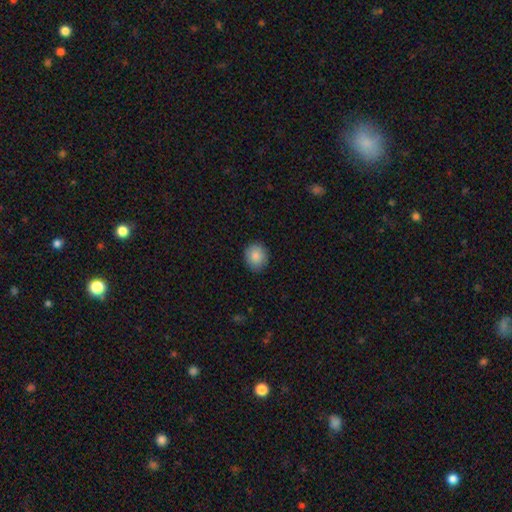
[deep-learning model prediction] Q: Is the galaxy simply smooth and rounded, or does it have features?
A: smooth — 87%.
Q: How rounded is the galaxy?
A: round — 72%.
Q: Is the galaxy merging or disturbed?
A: none — 87%.